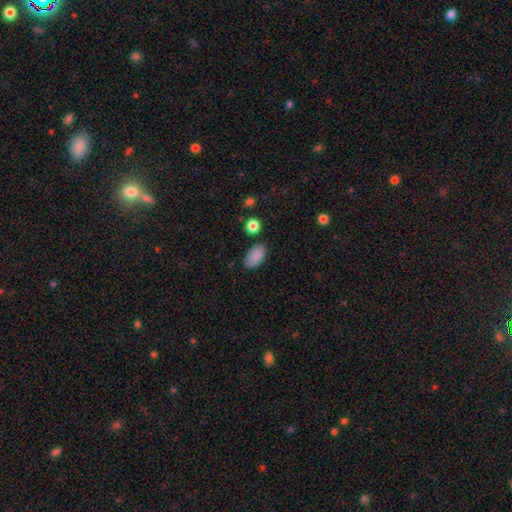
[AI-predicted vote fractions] The model was most divided on "merging": none: 78%, minor disturbance: 16%, major disturbance: 3%, merger: 3%. More confident: how rounded — in between (93%); smooth or featured — smooth (88%).